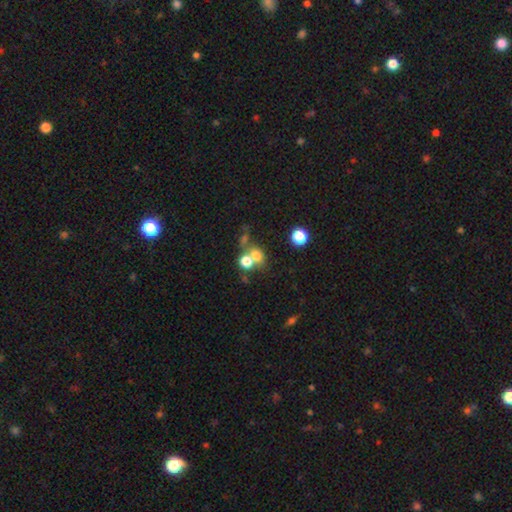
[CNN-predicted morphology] Smooth or featured? Predicted: smooth (p=0.69). How rounded? Predicted: round (p=0.61). Merging? Predicted: merger (p=0.46).